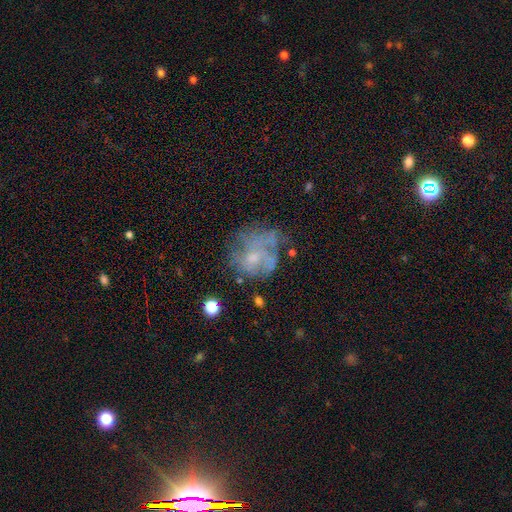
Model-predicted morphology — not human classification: This is possibly a featured or disk galaxy (53%). It is clearly not viewed edge-on (98%). Bar: clearly no (84%). Spiral arm pattern: likely no (64%). Central bulge: possibly small (46%). Merging: possibly none (45%).